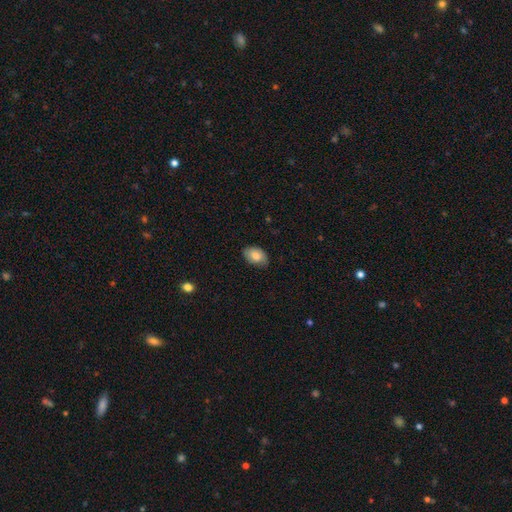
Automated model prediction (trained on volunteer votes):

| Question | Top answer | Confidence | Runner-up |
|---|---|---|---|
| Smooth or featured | smooth | 76% | featured or disk (17%) |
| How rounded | in between | 86% | round (13%) |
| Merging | none | 73% | minor disturbance (22%) |